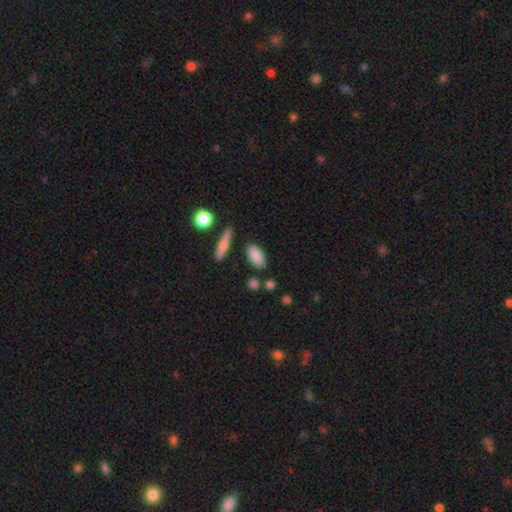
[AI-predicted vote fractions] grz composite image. It shows a smooth galaxy with no disk features (85%) that is in between round and cigar-shaped (90%). Merging: none (82%).